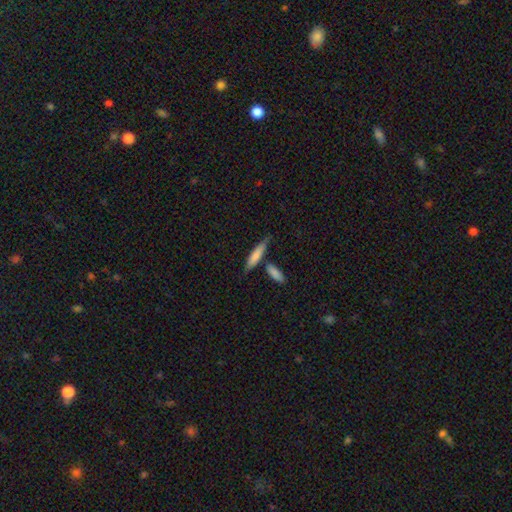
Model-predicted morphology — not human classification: A smooth galaxy with no disk features (75%) that is cigar-shaped (74%).

Vote fractions:
- Smooth or featured? smooth: 75% / featured or disk: 19% / star or artifact: 6%
- How rounded? cigar-shaped: 74% / in between: 23% / round: 2%
- Merging? none: 61% / merger: 18% / minor disturbance: 17% / major disturbance: 5%